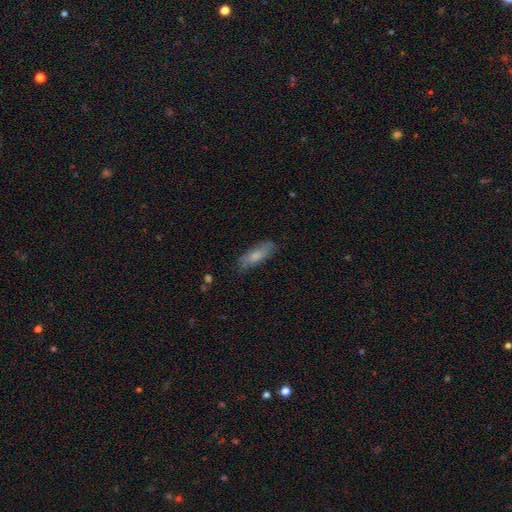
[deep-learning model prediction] A smooth galaxy with no disk features (73%) that is cigar-shaped (49%, tied with in between). Merging: none (77%).